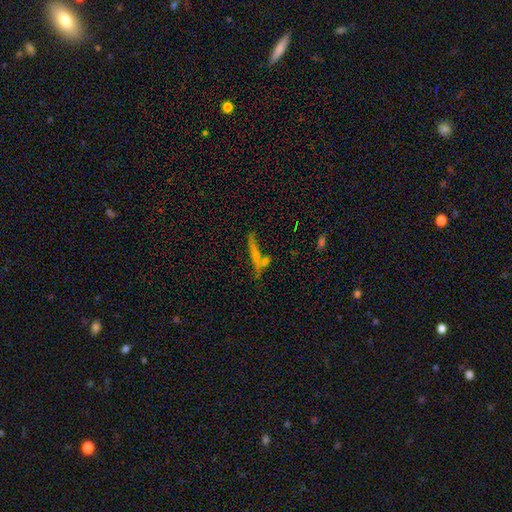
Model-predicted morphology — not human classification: Smooth or featured? Predicted: smooth (p=0.45). Merging? Predicted: none (p=0.61).